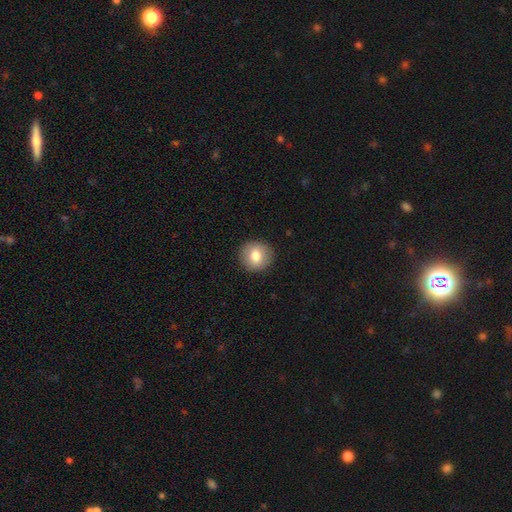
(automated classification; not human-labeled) The model was most divided on "smooth or featured": smooth: 77%, featured or disk: 14%, star or artifact: 8%. More confident: how rounded — round (92%); merging — none (91%).